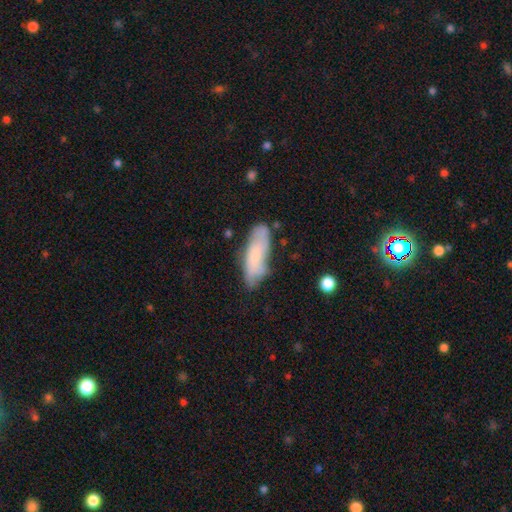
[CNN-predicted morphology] This is likely a smooth galaxy (65%). How rounded: likely in between (61%). Merging: likely none (67%).